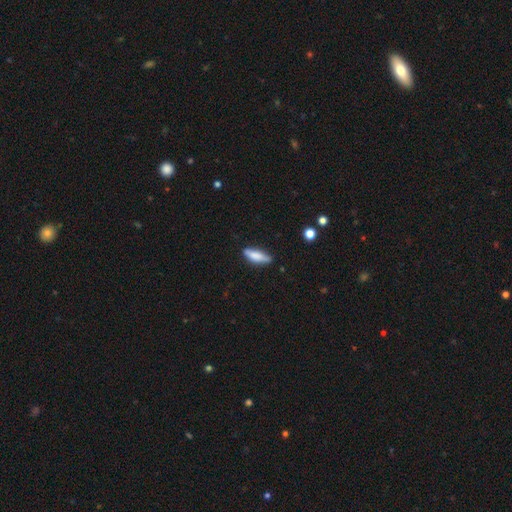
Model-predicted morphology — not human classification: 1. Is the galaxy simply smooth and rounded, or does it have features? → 76% smooth, 17% featured or disk, 7% star or artifact.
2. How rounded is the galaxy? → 51% cigar-shaped, 47% in between, 2% round.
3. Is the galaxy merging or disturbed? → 75% none, 19% minor disturbance, 3% major disturbance, 2% merger.